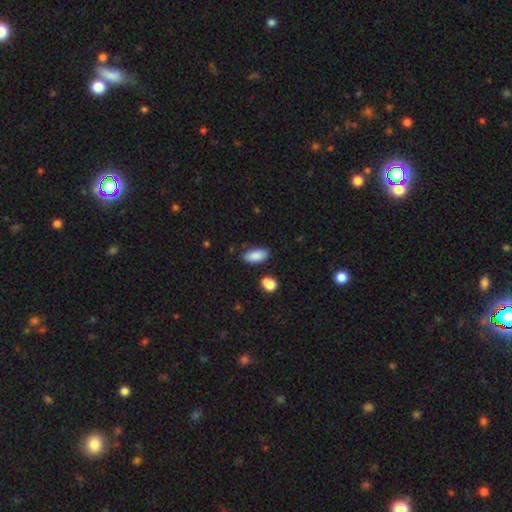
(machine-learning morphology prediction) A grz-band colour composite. It shows a smooth galaxy with no disk features (87%) that is in between round and cigar-shaped (90%). Merging: none (78%).